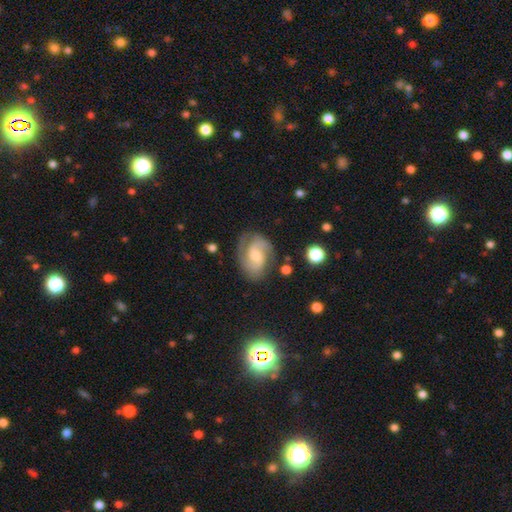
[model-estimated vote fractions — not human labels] featured or disk 80%, smooth 14%, star or artifact 6%. Down the decision tree: edge-on disk — no (97%); bar — no (47%); spiral arms — yes (96%); spiral arm count — 2 (72%); spiral winding — medium (51%); bulge size — moderate (50%); merging — none (72%).